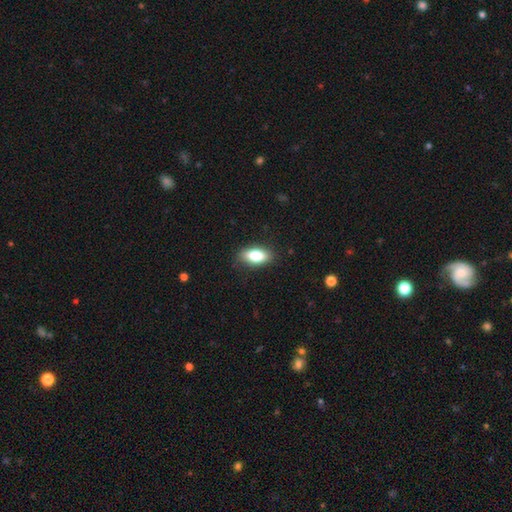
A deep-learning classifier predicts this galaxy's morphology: Smooth or featured? smooth (81%)
How rounded? in between (87%)
Merging? none (85%)